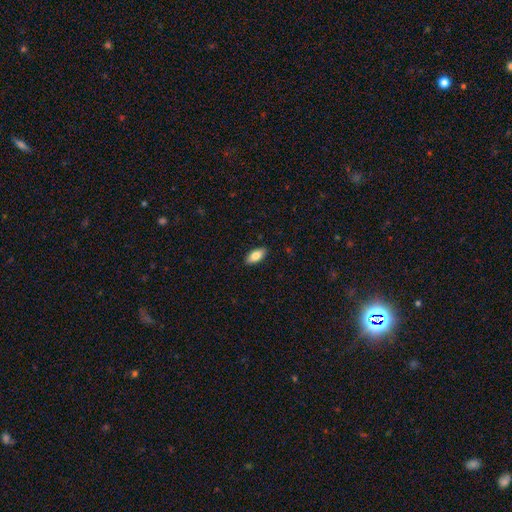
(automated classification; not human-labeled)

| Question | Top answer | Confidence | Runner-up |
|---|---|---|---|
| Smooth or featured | smooth | 83% | featured or disk (10%) |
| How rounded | in between | 90% | cigar-shaped (7%) |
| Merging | none | 90% | minor disturbance (8%) |